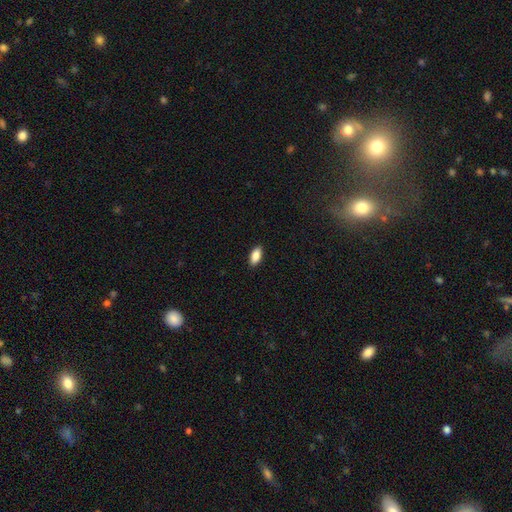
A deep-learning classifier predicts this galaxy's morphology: Overall: smooth (88%). How rounded: in between (90%). Merging: none (89%).